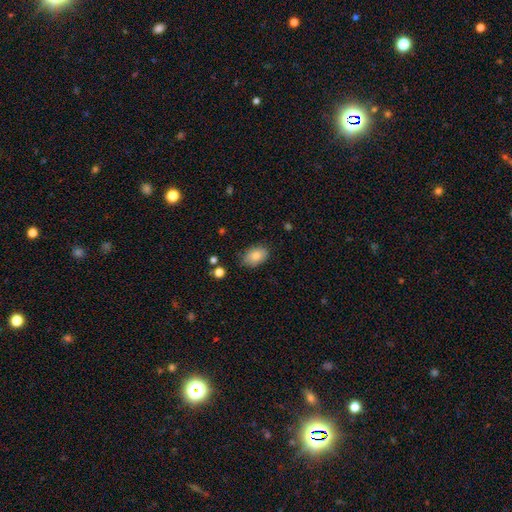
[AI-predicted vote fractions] Morphology: type=smooth (83%); roundness=in between (84%); merging=none (80%).